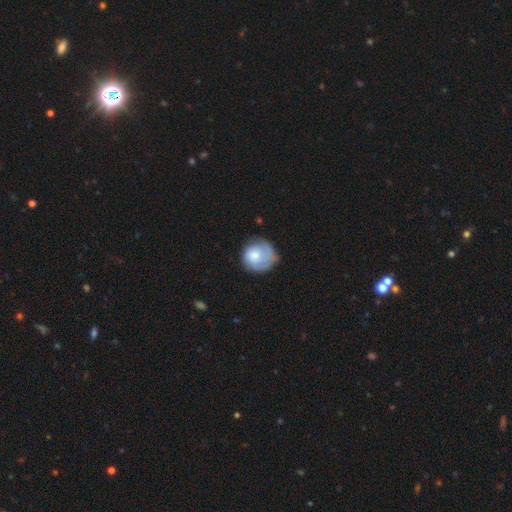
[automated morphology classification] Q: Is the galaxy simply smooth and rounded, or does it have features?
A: smooth — 60%.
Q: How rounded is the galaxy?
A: round — 82%.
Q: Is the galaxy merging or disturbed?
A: none — 54%.